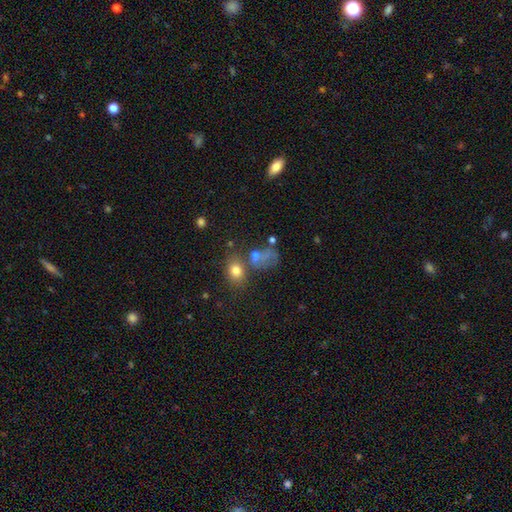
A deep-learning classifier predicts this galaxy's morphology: This appears to be a smooth galaxy with no disk features (59%) that is in between round and cigar-shaped (57%). Merging: none (42%).